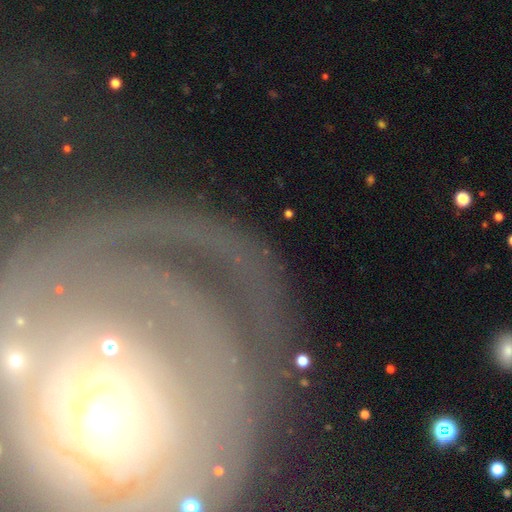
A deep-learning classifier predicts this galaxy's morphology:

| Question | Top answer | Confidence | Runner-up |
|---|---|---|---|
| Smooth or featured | featured or disk | 68% | star or artifact (17%) |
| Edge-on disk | no | 89% | yes (11%) |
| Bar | no | 43% | strong (30%) |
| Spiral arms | yes | 79% | no (21%) |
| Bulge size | moderate | 50% | small (29%) |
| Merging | none | 74% | minor disturbance (12%) |